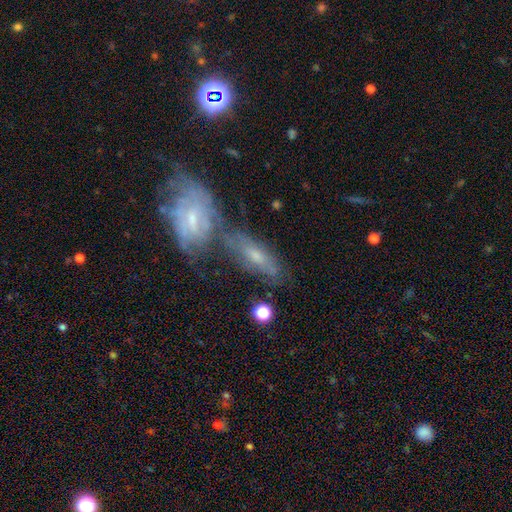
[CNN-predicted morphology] The model was most divided on "merging": none: 42%, merger: 33%, minor disturbance: 16%, major disturbance: 9%. More confident: edge-on disk — no (74%); smooth or featured — featured or disk (58%).